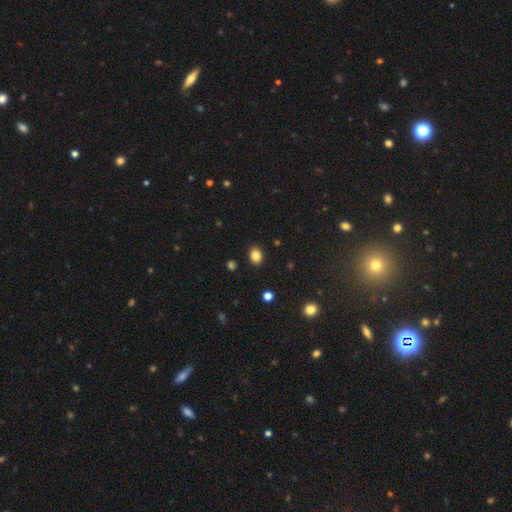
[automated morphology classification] A smooth galaxy with no disk features (83%) that is round (52%).

Vote fractions:
- Smooth or featured? smooth: 83% / star or artifact: 11% / featured or disk: 5%
- How rounded? round: 52% / in between: 47% / cigar-shaped: 1%
- Merging? none: 90% / minor disturbance: 7% / major disturbance: 2% / merger: 1%